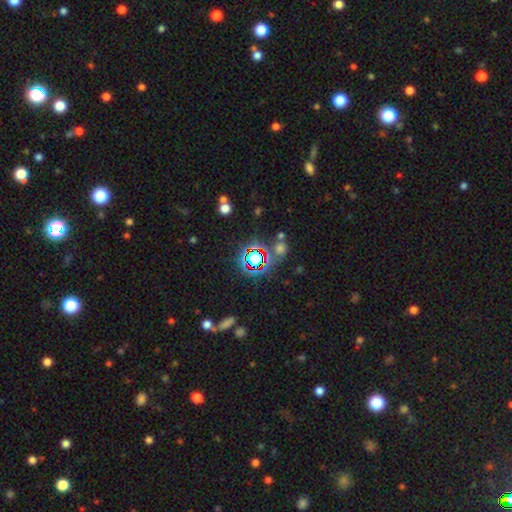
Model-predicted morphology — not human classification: This appears to be a star or artifact, not a galaxy (67%).